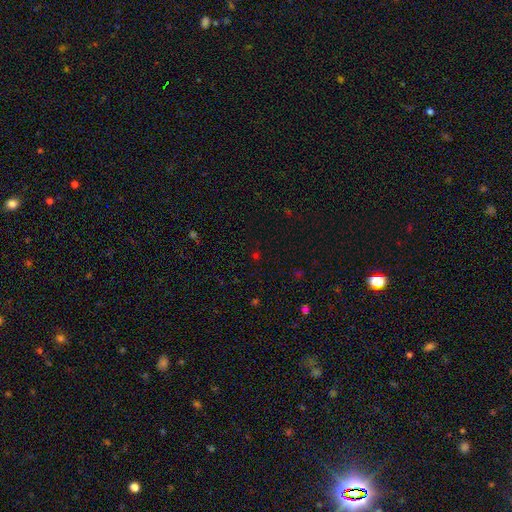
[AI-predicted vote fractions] Smooth or featured? star or artifact (56%)